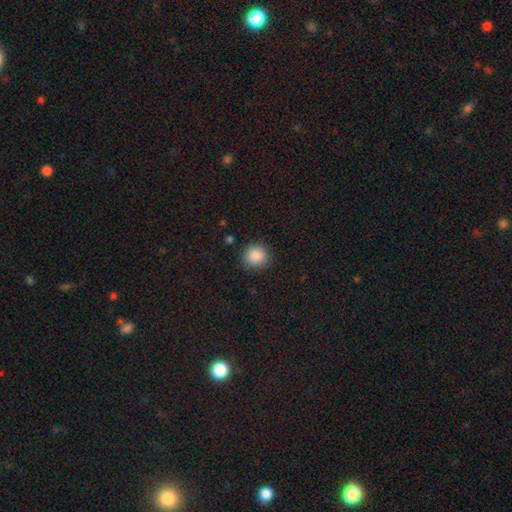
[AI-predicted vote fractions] Q: Smooth or featured?
A: smooth (87%); runner-up: star or artifact (9%)
Q: How rounded?
A: round (88%); runner-up: in between (11%)
Q: Merging?
A: none (88%); runner-up: minor disturbance (8%)